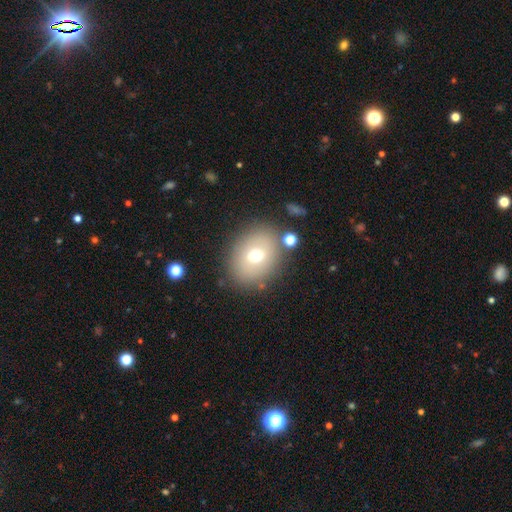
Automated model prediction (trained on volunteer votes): A smooth galaxy with no disk features (68%) that is round (51%). Merging: none (79%).